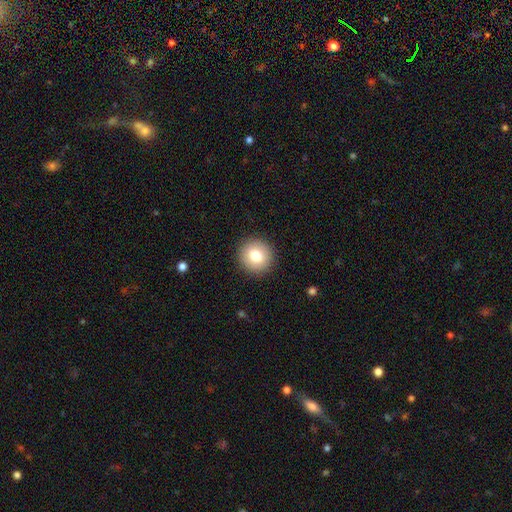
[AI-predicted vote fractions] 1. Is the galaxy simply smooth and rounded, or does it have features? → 78% smooth, 12% featured or disk, 9% star or artifact.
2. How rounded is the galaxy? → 92% round, 7% in between, 1% cigar-shaped.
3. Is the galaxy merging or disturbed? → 91% none, 6% minor disturbance, 2% major disturbance, 1% merger.